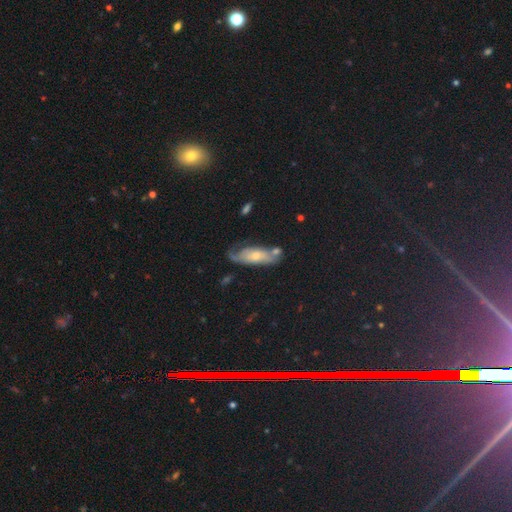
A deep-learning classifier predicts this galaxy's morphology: Smooth or featured? featured or disk (48%)
Merging? none (42%)